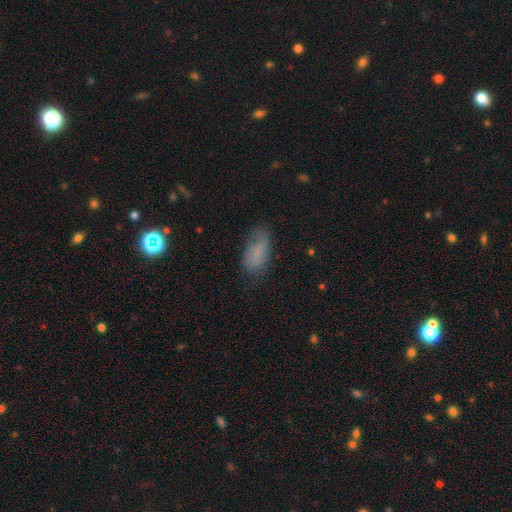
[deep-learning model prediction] This appears to be a smooth galaxy with no disk features (77%) that is in between round and cigar-shaped (90%). Merging: none (64%).